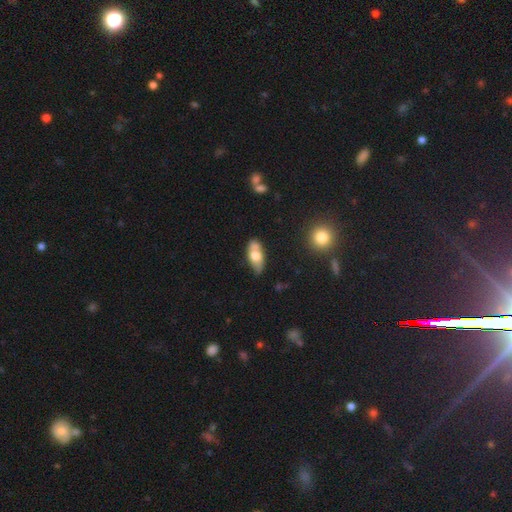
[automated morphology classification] A smooth galaxy with no disk features (57%) that is in between round and cigar-shaped (84%).

Vote fractions:
- Smooth or featured? smooth: 57% / featured or disk: 36% / star or artifact: 7%
- How rounded? in between: 84% / cigar-shaped: 12% / round: 5%
- Merging? none: 54% / minor disturbance: 23% / merger: 17% / major disturbance: 6%